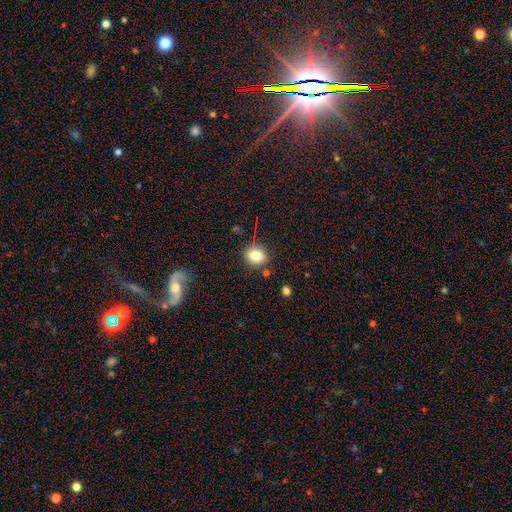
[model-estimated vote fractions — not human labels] smooth 79%, star or artifact 11%, featured or disk 9%. Down the decision tree: how rounded — round (62%); merging — none (81%).